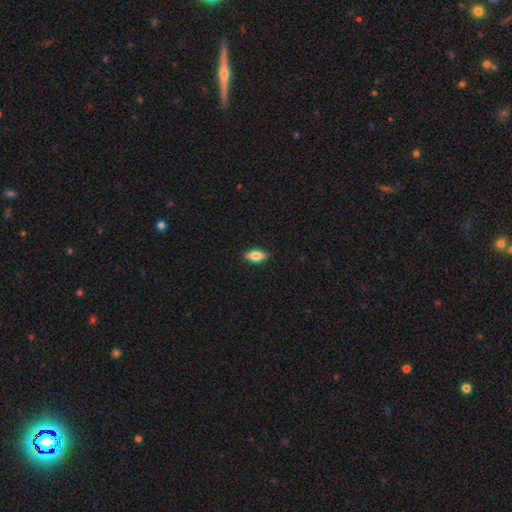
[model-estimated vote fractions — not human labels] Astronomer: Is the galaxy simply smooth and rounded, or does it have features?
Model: smooth — 81%.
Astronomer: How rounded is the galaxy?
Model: in between — 87%.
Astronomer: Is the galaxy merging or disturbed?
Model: none — 88%.